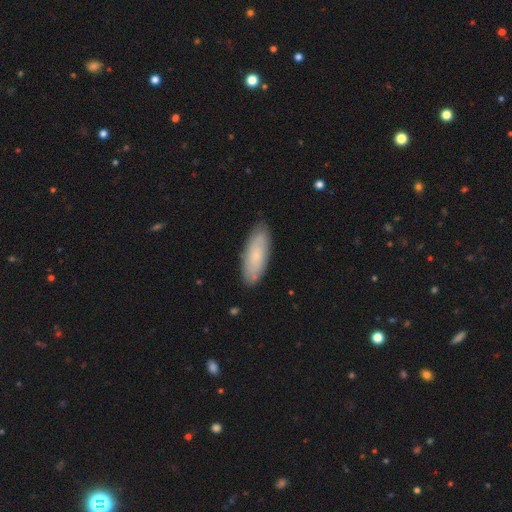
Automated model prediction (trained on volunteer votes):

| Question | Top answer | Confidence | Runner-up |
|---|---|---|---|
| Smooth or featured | smooth | 67% | featured or disk (27%) |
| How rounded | in between | 67% | cigar-shaped (31%) |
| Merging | none | 84% | minor disturbance (13%) |